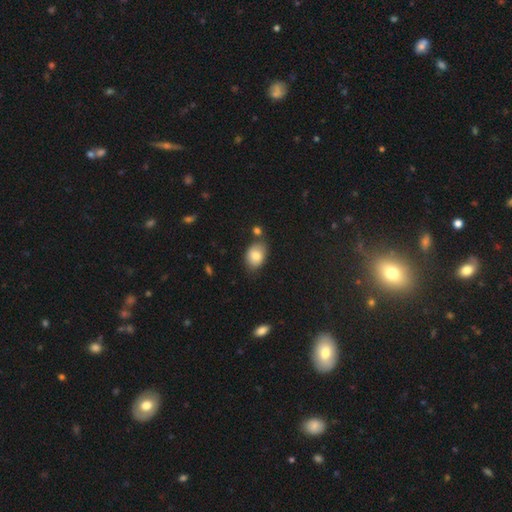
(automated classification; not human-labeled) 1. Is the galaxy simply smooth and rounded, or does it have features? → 81% smooth, 11% featured or disk, 8% star or artifact.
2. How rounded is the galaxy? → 78% in between, 21% round, 1% cigar-shaped.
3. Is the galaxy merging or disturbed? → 69% none, 19% minor disturbance, 8% merger, 4% major disturbance.